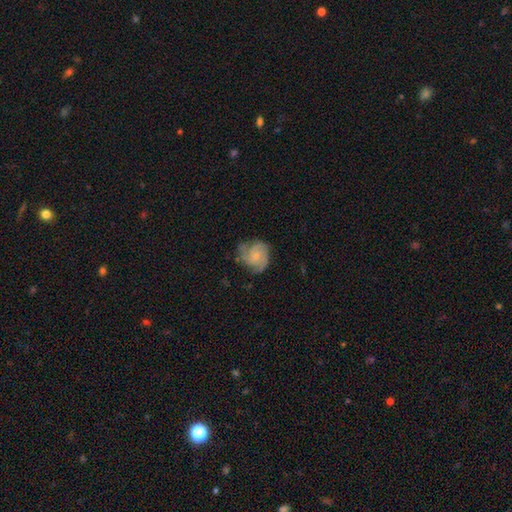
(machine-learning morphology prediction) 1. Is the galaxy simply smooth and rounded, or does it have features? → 70% featured or disk, 23% smooth, 7% star or artifact.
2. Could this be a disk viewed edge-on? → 98% no, 2% yes.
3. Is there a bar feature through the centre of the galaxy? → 68% no, 28% weak, 4% strong.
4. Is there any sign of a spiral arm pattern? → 93% yes, 7% no.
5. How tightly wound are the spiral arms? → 44% medium, 43% tight, 13% loose.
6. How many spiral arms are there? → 46% 3, 19% 2, 17% can't tell, 10% 4, 4% 1, 4% more than 4.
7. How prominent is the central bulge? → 55% small, 22% moderate, 20% none, 2% large, 1% dominant.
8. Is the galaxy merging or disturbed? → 62% none, 25% minor disturbance, 12% major disturbance, 2% merger.